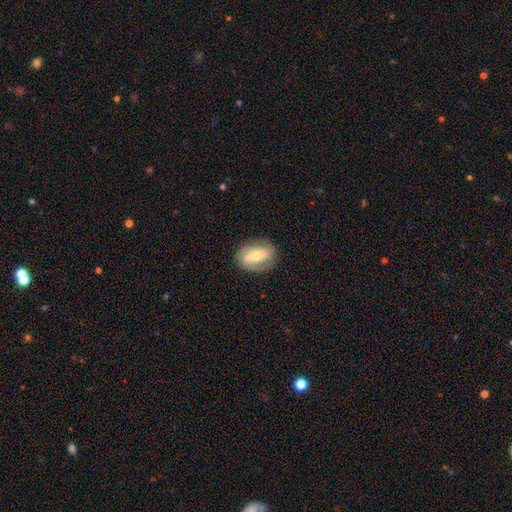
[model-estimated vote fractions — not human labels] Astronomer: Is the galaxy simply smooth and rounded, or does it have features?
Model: smooth — 53% (runner-up: featured or disk, 40%).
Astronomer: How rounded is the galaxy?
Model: in between — 81%.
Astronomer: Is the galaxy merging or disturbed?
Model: none — 82%.